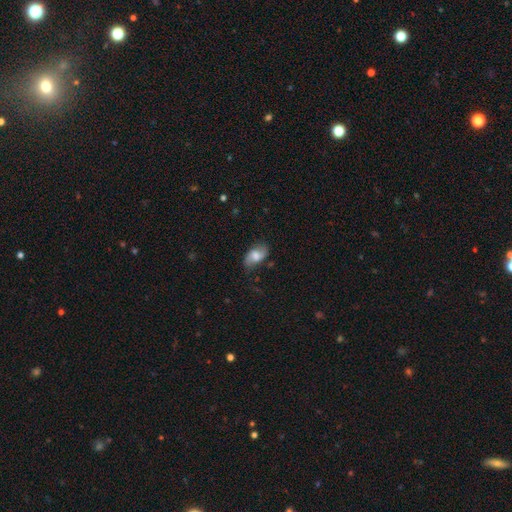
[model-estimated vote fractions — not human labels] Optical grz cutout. It shows a smooth galaxy with no disk features (48%). Merging: none (69%).